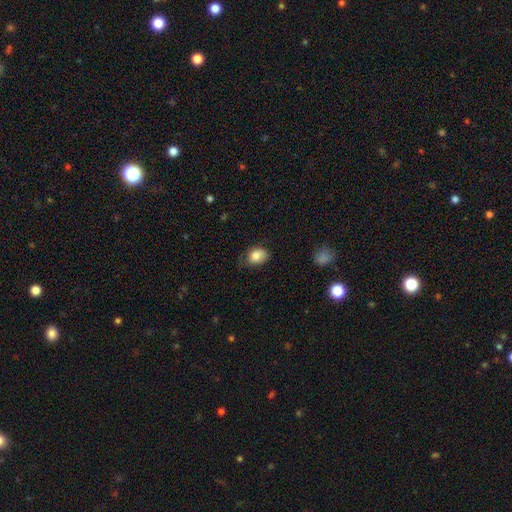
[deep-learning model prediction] Smooth or featured? Predicted: smooth (p=0.83). How rounded? Predicted: in between (p=0.65). Merging? Predicted: none (p=0.62).